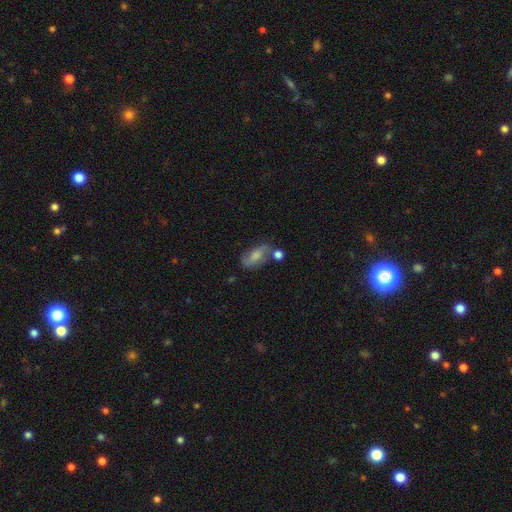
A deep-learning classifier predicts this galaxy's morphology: Smooth or featured? smooth (51%)
How rounded? in between (83%)
Merging? none (51%)